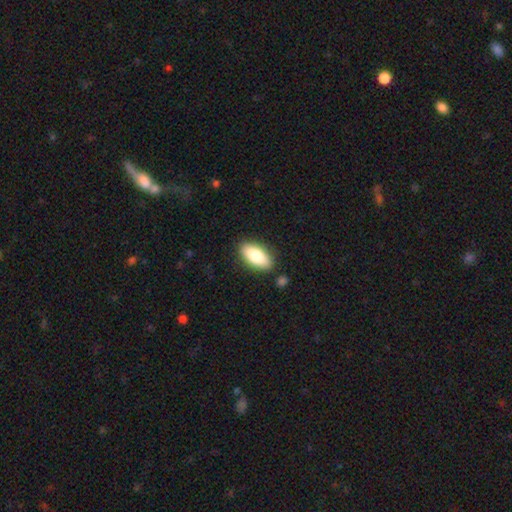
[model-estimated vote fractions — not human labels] A smooth galaxy with no disk features (79%) that is in between round and cigar-shaped (89%). Merging: none (86%).